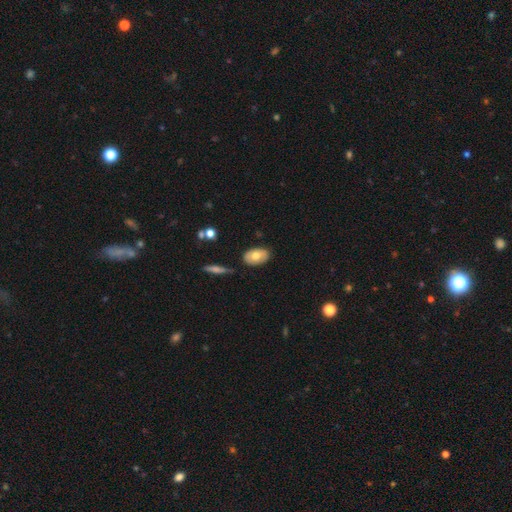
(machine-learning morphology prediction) Smooth or featured? smooth (66%)
How rounded? in between (90%)
Merging? none (81%)